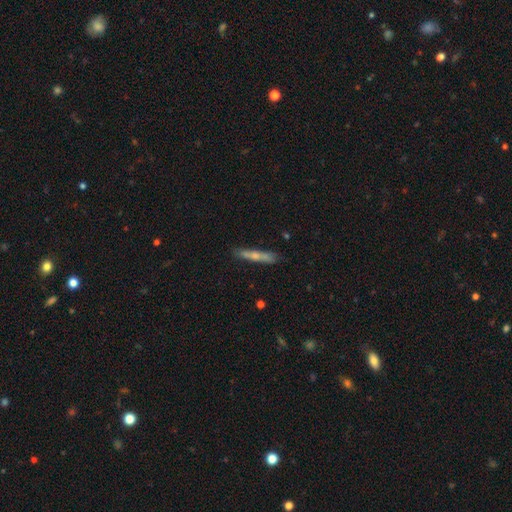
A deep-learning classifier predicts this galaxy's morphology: Q: Smooth or featured?
A: smooth (54%); runner-up: featured or disk (39%)
Q: How rounded?
A: cigar-shaped (93%); runner-up: in between (6%)
Q: Merging?
A: none (76%); runner-up: minor disturbance (16%)